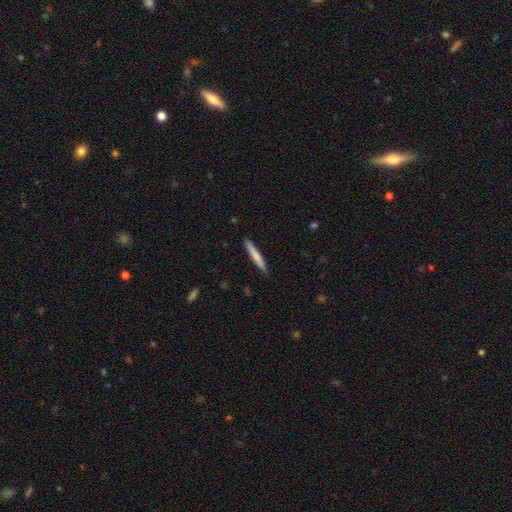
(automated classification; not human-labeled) Overall: smooth (71%). How rounded: cigar-shaped (94%). Merging: none (90%).